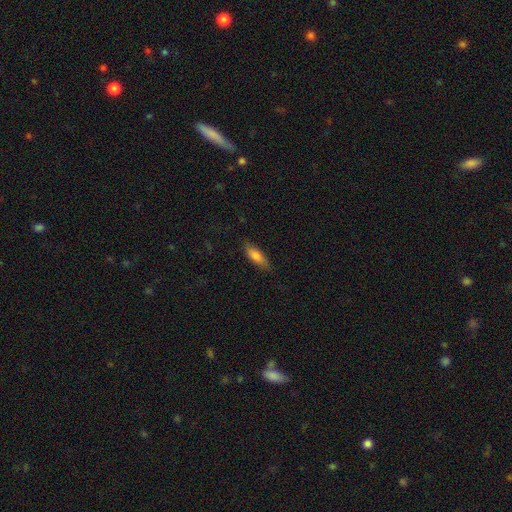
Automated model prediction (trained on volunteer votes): The model was most divided on "how rounded": in between: 58%, cigar-shaped: 40%, round: 2%. More confident: smooth or featured — smooth (79%); merging — none (79%).